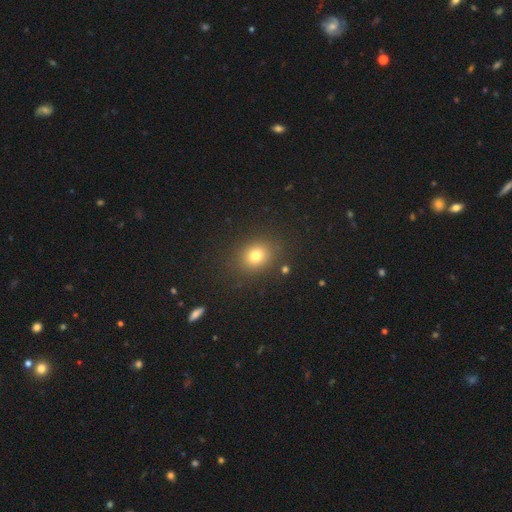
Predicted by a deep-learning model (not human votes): A smooth galaxy with no disk features (76%) that is round (62%). Merging: none (86%).